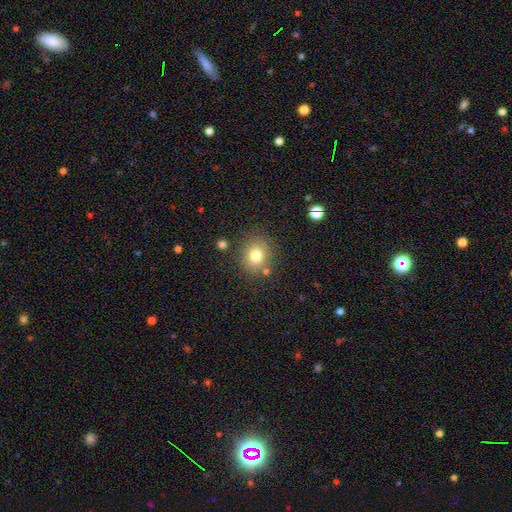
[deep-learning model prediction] Morphology: type=smooth (79%); roundness=round (70%); merging=none (80%).